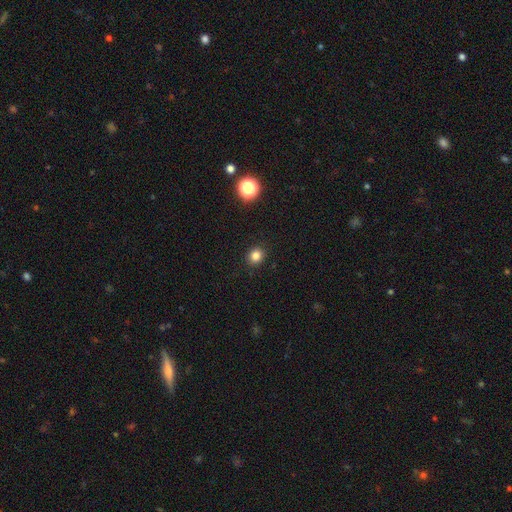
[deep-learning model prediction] Smooth or featured: smooth — 83% (star or artifact — 13%)
How rounded: round — 75% (in between — 25%)
Merging: none — 91% (minor disturbance — 6%)